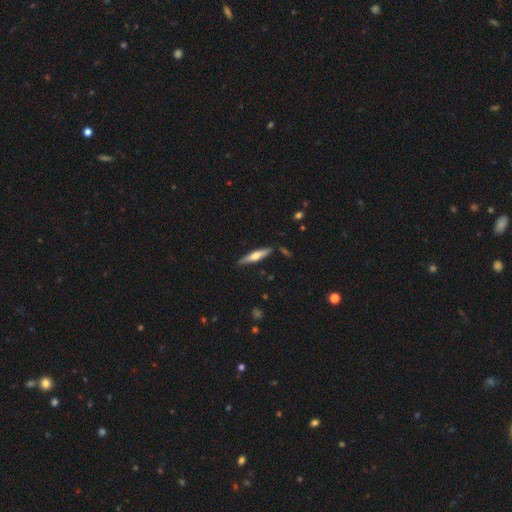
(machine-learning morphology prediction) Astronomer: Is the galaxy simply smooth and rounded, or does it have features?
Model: featured or disk — 52% (runner-up: smooth, 43%).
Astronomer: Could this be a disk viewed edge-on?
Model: yes — 94%.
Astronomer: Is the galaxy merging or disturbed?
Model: none — 87%.